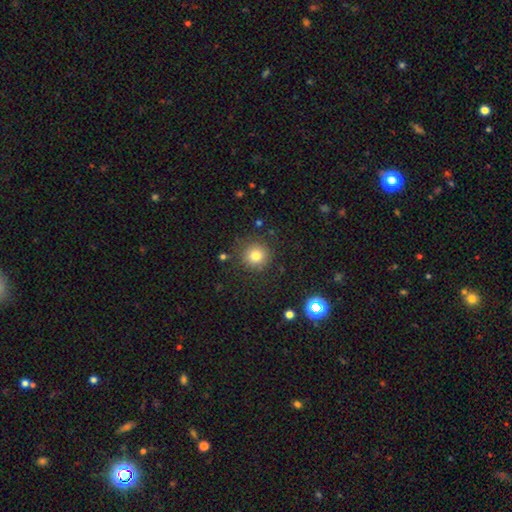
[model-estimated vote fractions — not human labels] The model was most divided on "smooth or featured": smooth: 79%, star or artifact: 13%, featured or disk: 8%. More confident: how rounded — round (93%); merging — none (86%).